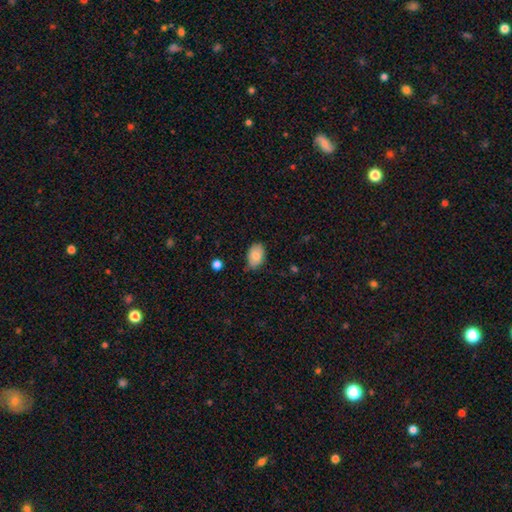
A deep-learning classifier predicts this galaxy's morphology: This appears to be a smooth galaxy with no disk features (84%) that is in between round and cigar-shaped (89%). Merging: none (74%).